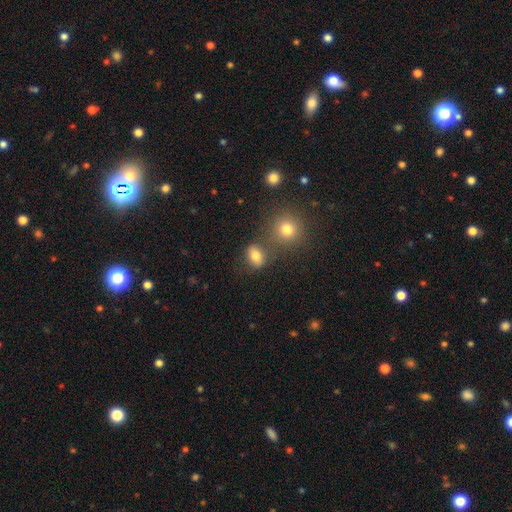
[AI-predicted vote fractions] Smooth or featured? smooth (77%)
How rounded? in between (63%)
Merging? none (62%)